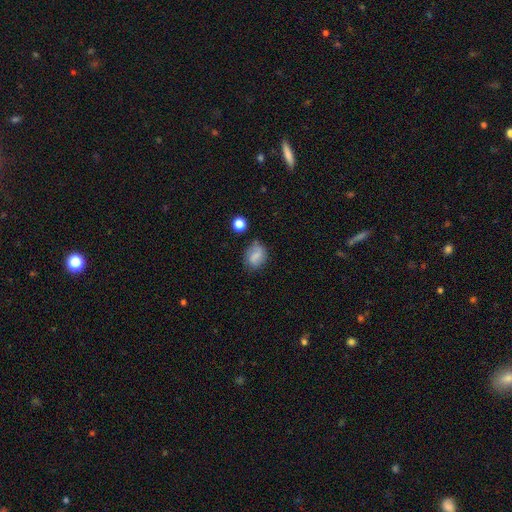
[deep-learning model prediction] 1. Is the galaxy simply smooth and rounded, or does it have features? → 71% smooth, 18% featured or disk, 11% star or artifact.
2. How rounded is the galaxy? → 59% in between, 39% round, 2% cigar-shaped.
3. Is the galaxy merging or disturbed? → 64% none, 24% minor disturbance, 7% major disturbance, 5% merger.